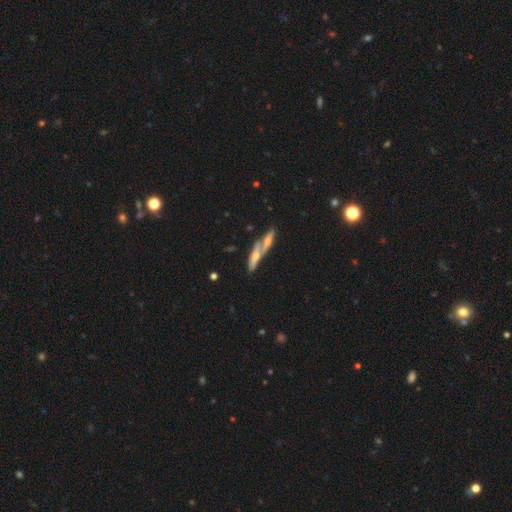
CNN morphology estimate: Smooth or featured? smooth (49%)
Merging? merger (55%)